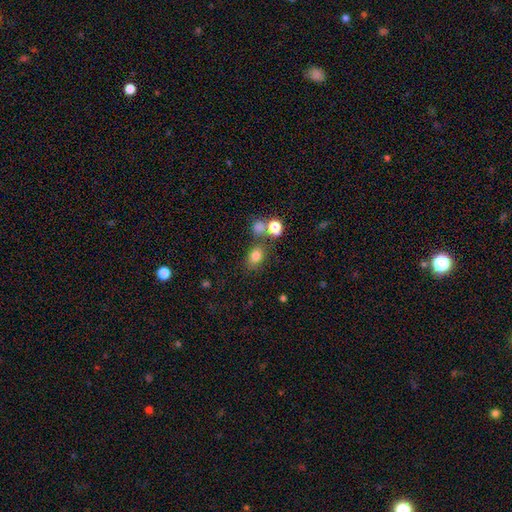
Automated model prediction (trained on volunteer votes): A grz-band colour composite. It shows a smooth galaxy with no disk features (78%) that is in between round and cigar-shaped (60%). Merging: none (68%).